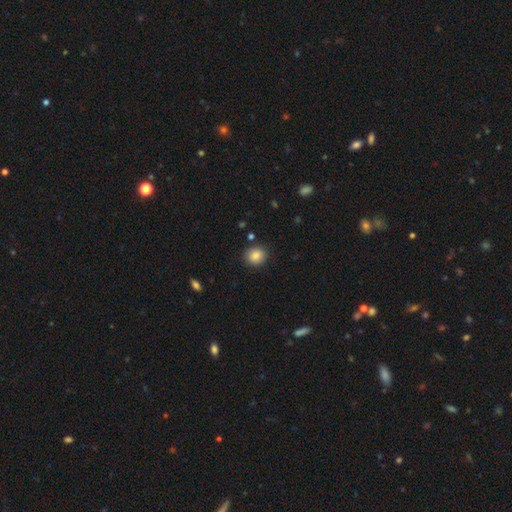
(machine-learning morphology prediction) Overall: smooth (86%). How rounded: round (76%). Merging: none (87%).